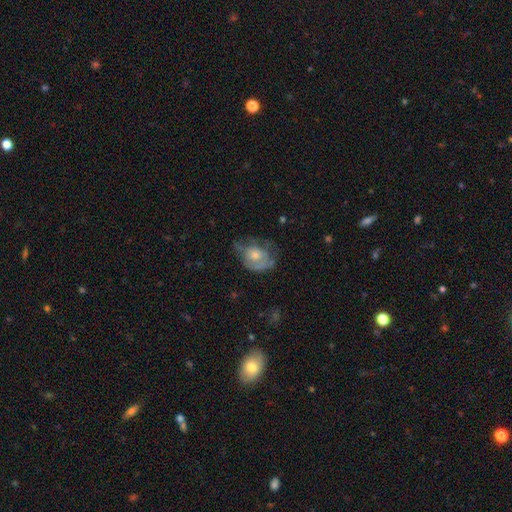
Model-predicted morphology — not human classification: Smooth or featured?
  - featured or disk: 47% *
  - smooth: 45%
  - star or artifact: 8%
Merging?
  - none: 36% *
  - minor disturbance: 32%
  - major disturbance: 29%
  - merger: 3%